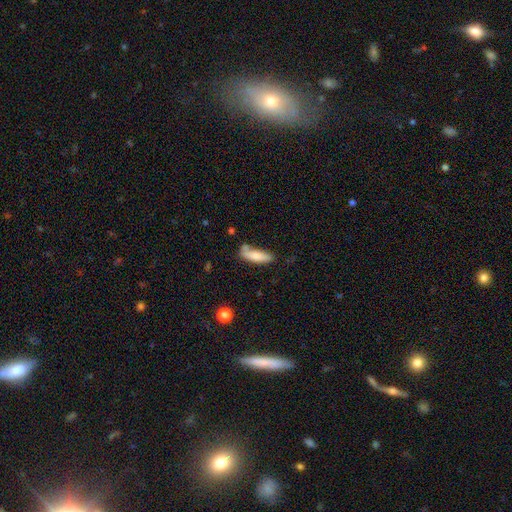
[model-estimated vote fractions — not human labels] The model was most divided on "how rounded": cigar-shaped: 52%, in between: 46%, round: 2%. More confident: smooth or featured — smooth (78%); merging — none (61%).